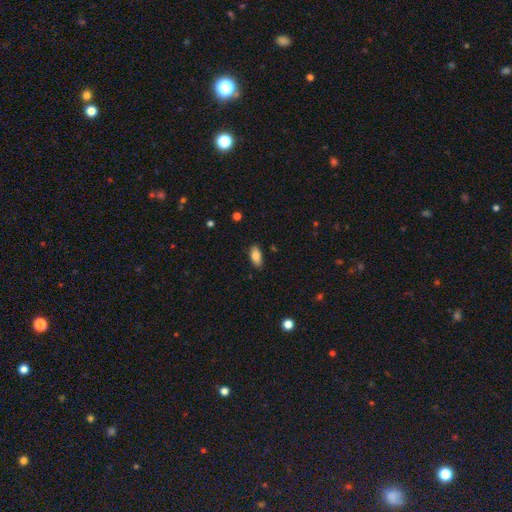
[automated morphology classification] Q: Smooth or featured?
A: smooth (84%); runner-up: featured or disk (9%)
Q: How rounded?
A: in between (89%); runner-up: cigar-shaped (8%)
Q: Merging?
A: none (85%); runner-up: minor disturbance (12%)